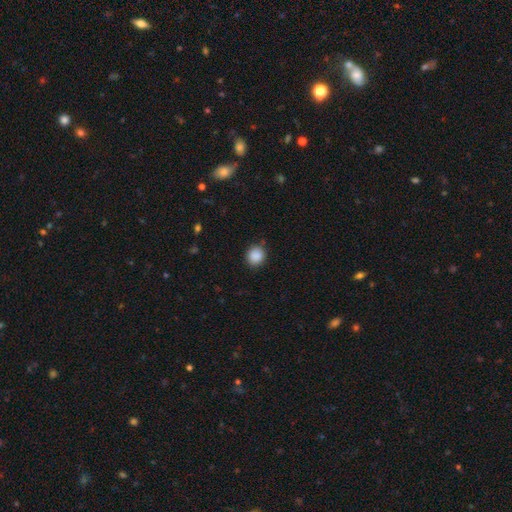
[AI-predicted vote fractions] smooth_or_featured: smooth (p=0.89) [alt: star or artifact p=0.09]
how_rounded: round (p=0.86) [alt: in between p=0.13]
merging: none (p=0.86) [alt: minor disturbance p=0.10]